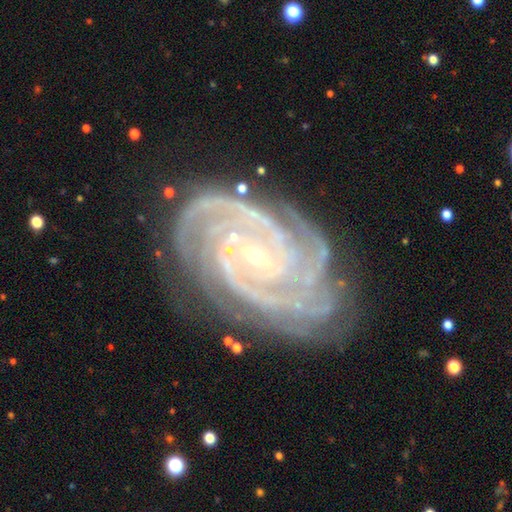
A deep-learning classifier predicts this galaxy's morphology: A featured or disk galaxy (92%) with no bar (48%), 4 (28%) tight (75%) spiral arms (99%) and a small central bulge (85%). Merging: none (73%).